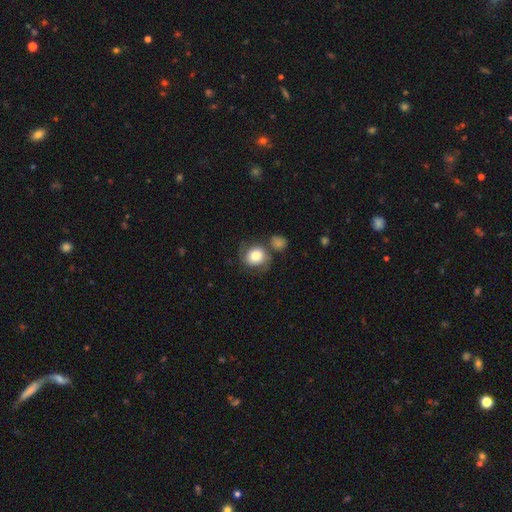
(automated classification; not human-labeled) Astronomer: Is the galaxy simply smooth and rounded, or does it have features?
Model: smooth — 69%.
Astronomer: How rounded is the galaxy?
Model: round — 75%.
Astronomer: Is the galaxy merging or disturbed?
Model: none — 52%.